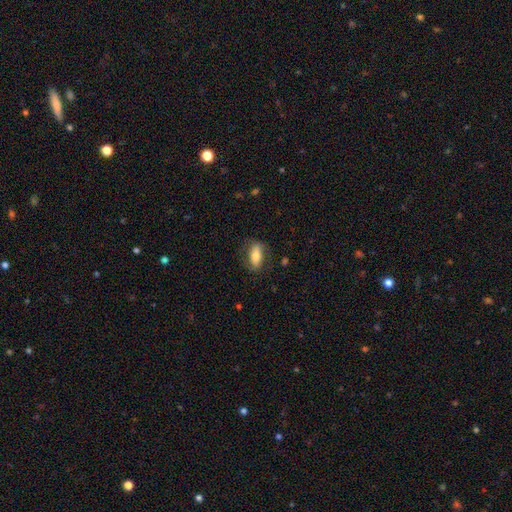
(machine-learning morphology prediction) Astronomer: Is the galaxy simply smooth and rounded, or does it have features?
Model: smooth — 72%.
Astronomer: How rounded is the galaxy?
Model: in between — 80%.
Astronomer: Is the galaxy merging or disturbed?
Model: none — 74%.